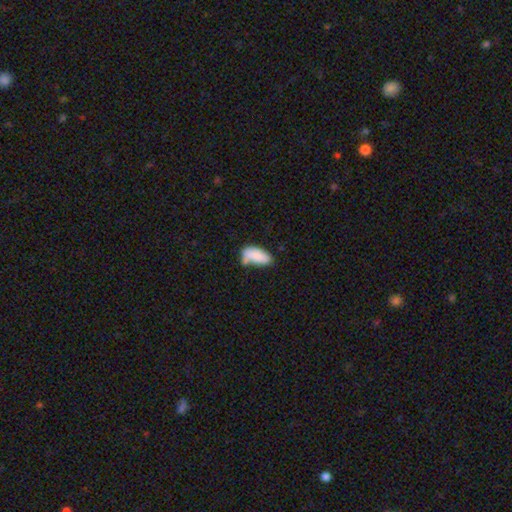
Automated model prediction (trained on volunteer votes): A smooth galaxy with no disk features (82%) that is in between round and cigar-shaped (85%).

Vote fractions:
- Smooth or featured? smooth: 82% / featured or disk: 10% / star or artifact: 8%
- How rounded? in between: 85% / cigar-shaped: 12% / round: 2%
- Merging? none: 42% / minor disturbance: 27% / merger: 21% / major disturbance: 11%